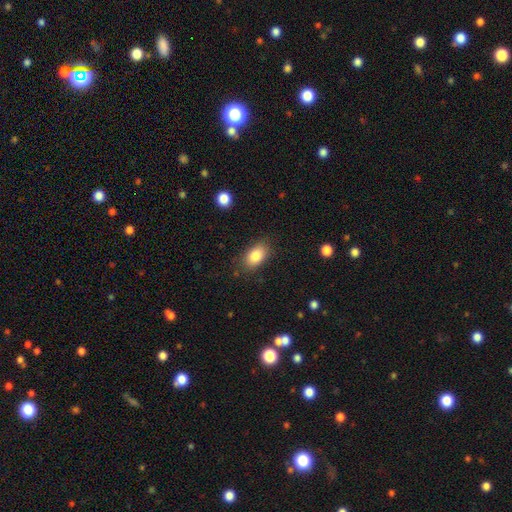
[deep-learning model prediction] The model was most divided on "merging": none: 82%, minor disturbance: 13%, major disturbance: 4%, merger: 1%. More confident: how rounded — in between (89%); smooth or featured — smooth (84%).